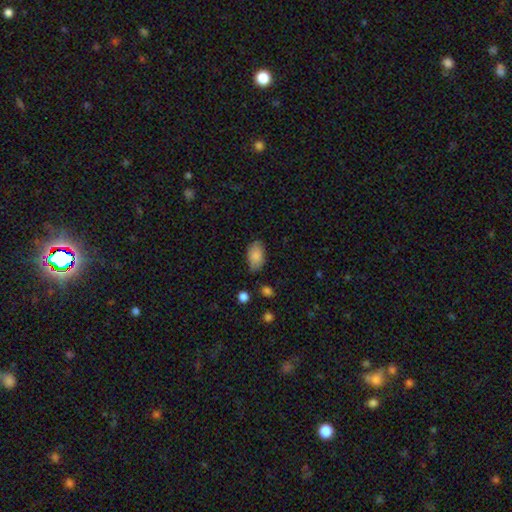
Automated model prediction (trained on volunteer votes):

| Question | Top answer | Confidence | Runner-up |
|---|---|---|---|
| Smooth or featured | smooth | 85% | star or artifact (7%) |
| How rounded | in between | 93% | round (5%) |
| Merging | none | 72% | minor disturbance (21%) |